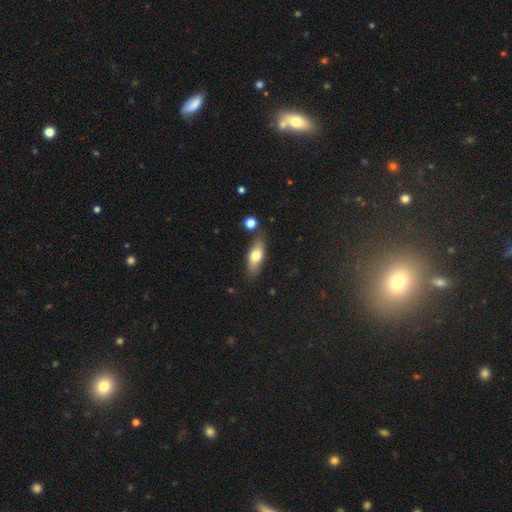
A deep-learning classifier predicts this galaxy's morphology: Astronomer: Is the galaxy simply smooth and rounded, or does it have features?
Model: smooth — 67%.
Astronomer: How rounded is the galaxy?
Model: in between — 69%.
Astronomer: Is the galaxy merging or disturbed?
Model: none — 78%.